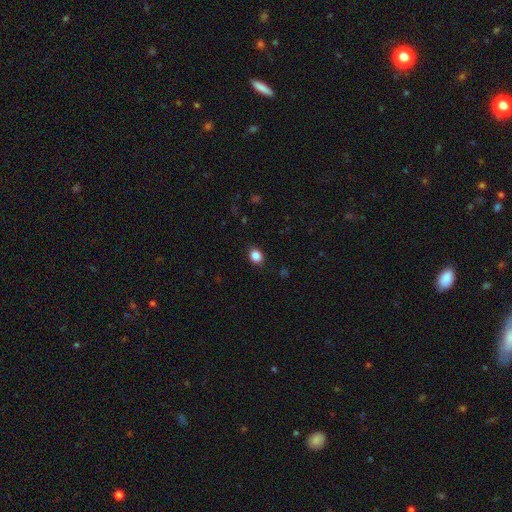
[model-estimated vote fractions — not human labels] The model was most divided on "how rounded": round: 57%, in between: 42%, cigar-shaped: 1%. More confident: merging — none (89%); smooth or featured — smooth (86%).